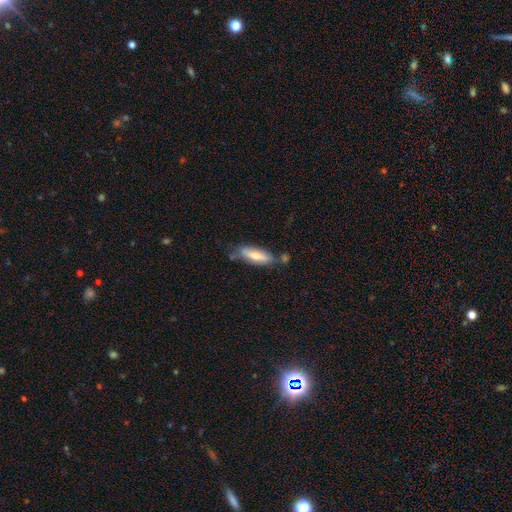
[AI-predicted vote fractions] Smooth or featured? Predicted: smooth (p=0.56). How rounded? Predicted: in between (p=0.55). Merging? Predicted: none (p=0.57).